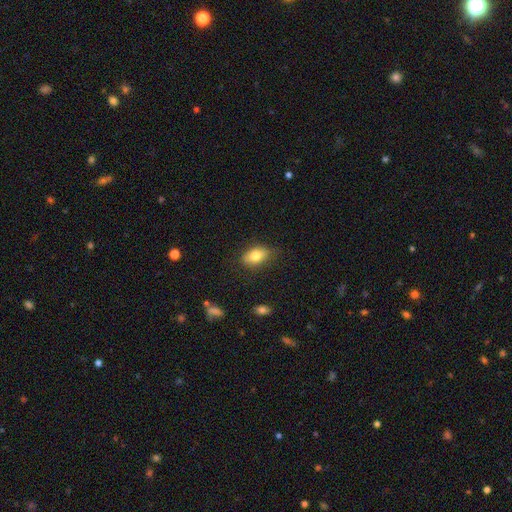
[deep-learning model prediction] Morphology: type=smooth (77%); roundness=in between (85%); merging=none (79%).